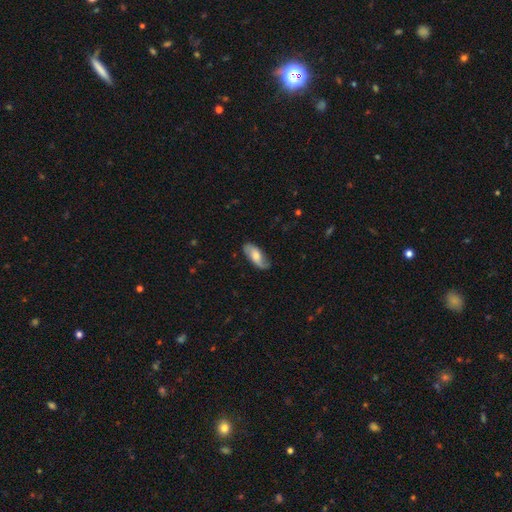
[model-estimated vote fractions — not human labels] Smooth or featured? Predicted: featured or disk (p=0.61). Edge-on disk? Predicted: no (p=0.90). Bar? Predicted: no (p=0.56). Spiral arms? Predicted: yes (p=0.90). Bulge size? Predicted: moderate (p=0.59). Merging? Predicted: none (p=0.78).